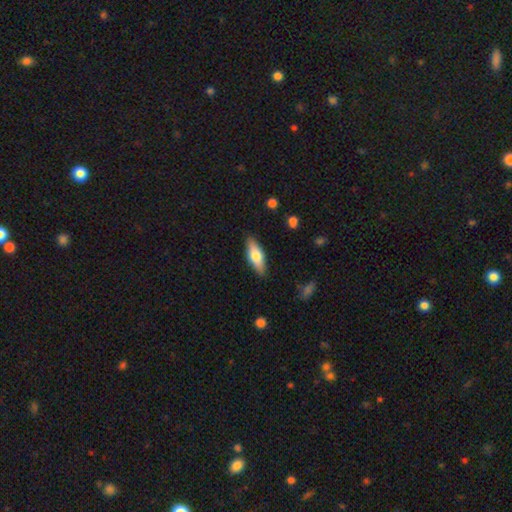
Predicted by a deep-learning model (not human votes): Smooth or featured: smooth — 66% (featured or disk — 28%)
How rounded: in between — 61% (cigar-shaped — 37%)
Merging: none — 87% (minor disturbance — 10%)